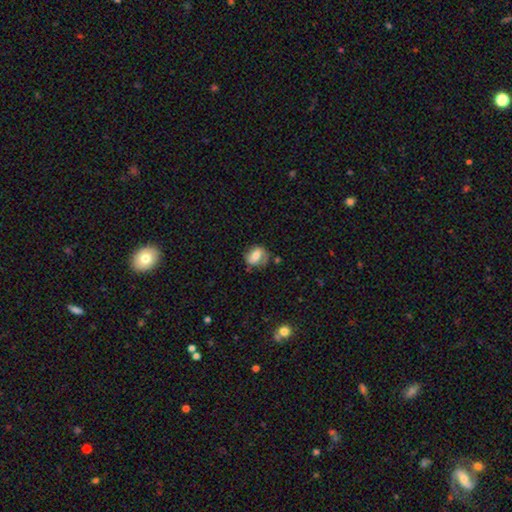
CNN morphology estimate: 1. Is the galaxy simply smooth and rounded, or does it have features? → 56% smooth, 36% featured or disk, 8% star or artifact.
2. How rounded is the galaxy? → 54% in between, 44% round, 2% cigar-shaped.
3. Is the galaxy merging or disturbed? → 63% none, 25% minor disturbance, 9% major disturbance, 4% merger.